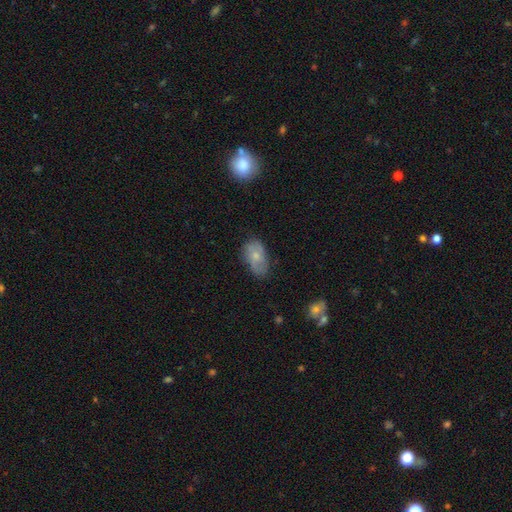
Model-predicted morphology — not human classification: Smooth or featured: smooth — 65% (featured or disk — 28%)
How rounded: in between — 91% (round — 7%)
Merging: none — 64% (minor disturbance — 27%)